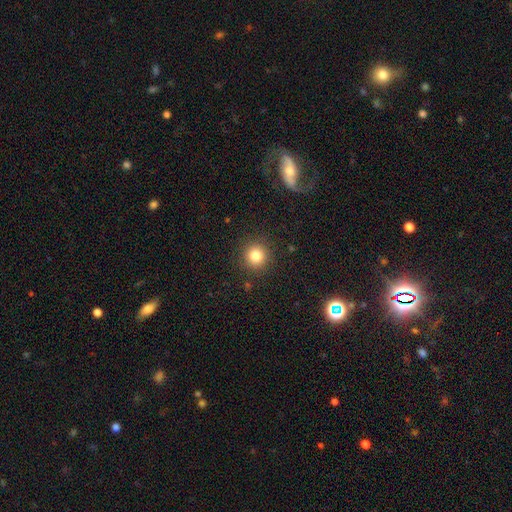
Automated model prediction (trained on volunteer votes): This is clearly a smooth galaxy (82%). How rounded: clearly round (94%). Merging: clearly none (90%).